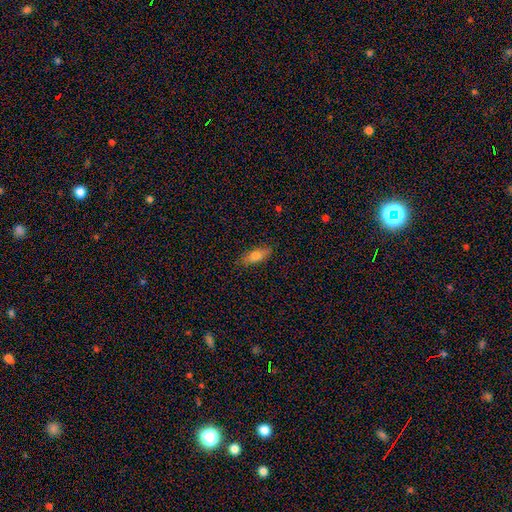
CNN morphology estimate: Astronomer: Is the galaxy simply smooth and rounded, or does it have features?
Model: smooth — 71%.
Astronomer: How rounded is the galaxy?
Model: in between — 67%.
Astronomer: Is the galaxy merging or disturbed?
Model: none — 85%.